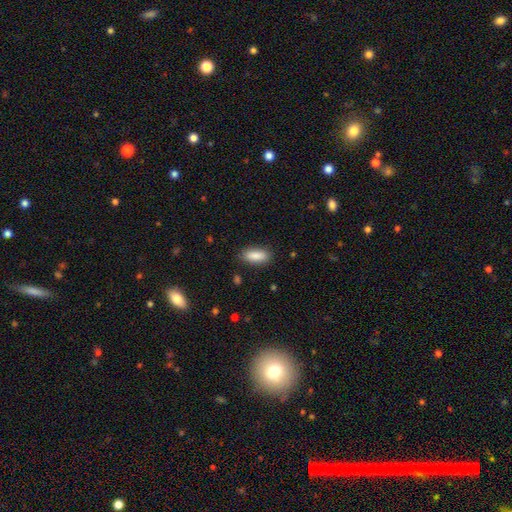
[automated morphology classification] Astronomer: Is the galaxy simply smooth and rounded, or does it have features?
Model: smooth — 88%.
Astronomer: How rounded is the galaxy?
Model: in between — 80%.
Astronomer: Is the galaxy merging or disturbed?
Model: none — 86%.